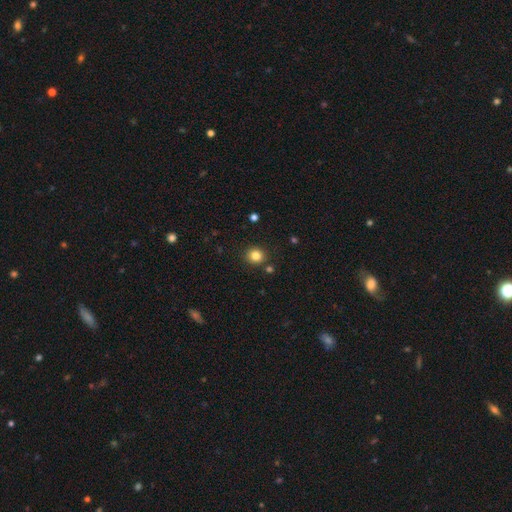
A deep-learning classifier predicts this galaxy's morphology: type=smooth (83%); roundness=round (89%); merging=none (87%).